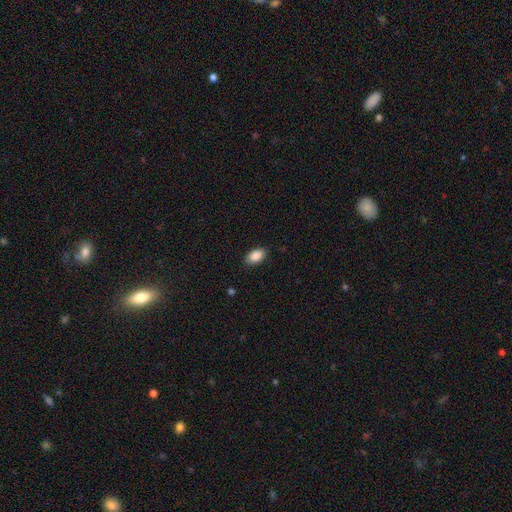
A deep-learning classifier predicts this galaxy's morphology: A smooth galaxy with no disk features (89%) that is in between round and cigar-shaped (92%).

Vote fractions:
- Smooth or featured? smooth: 89% / star or artifact: 7% / featured or disk: 4%
- How rounded? in between: 92% / round: 6% / cigar-shaped: 2%
- Merging? none: 85% / minor disturbance: 12% / major disturbance: 2% / merger: 1%